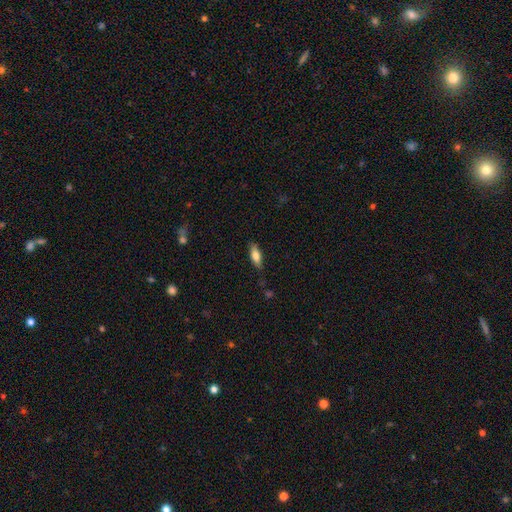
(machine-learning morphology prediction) A smooth galaxy with no disk features (72%) that is in between round and cigar-shaped (64%).

Vote fractions:
- Smooth or featured? smooth: 72% / featured or disk: 22% / star or artifact: 6%
- How rounded? in between: 64% / cigar-shaped: 34% / round: 2%
- Merging? none: 82% / minor disturbance: 14% / major disturbance: 3% / merger: 1%